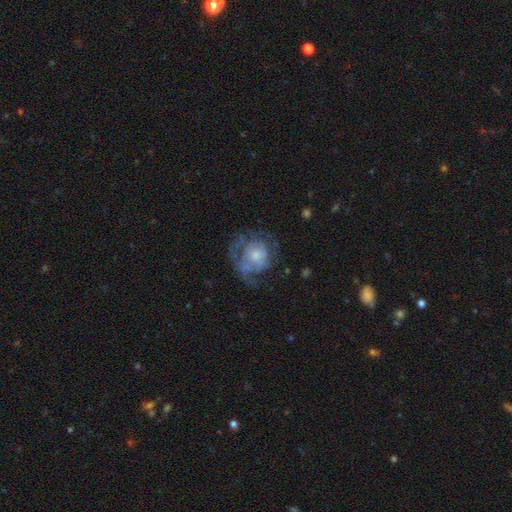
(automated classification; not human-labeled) Smooth or featured: featured or disk — 57% (smooth — 35%)
Edge-on disk: no — 98% (yes — 2%)
Bar: no — 82% (weak — 15%)
Spiral arms: yes — 55% (no — 45%)
Bulge size: small — 41% (tied with moderate — 41%)
Merging: none — 44% (major disturbance — 32%)